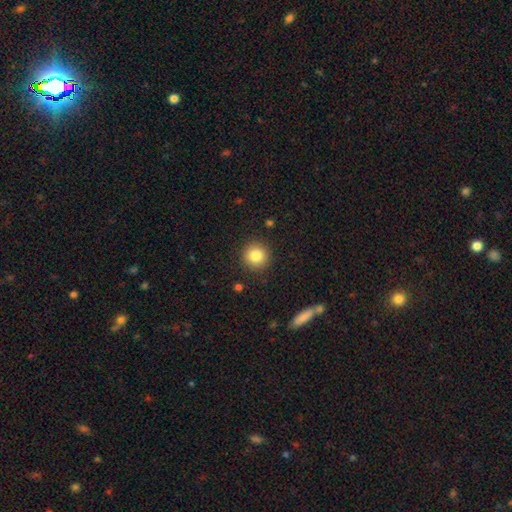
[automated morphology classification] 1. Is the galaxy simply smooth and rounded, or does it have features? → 84% smooth, 10% star or artifact, 6% featured or disk.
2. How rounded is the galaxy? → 94% round, 5% in between, 1% cigar-shaped.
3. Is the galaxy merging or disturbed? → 90% none, 7% minor disturbance, 2% major disturbance, 1% merger.